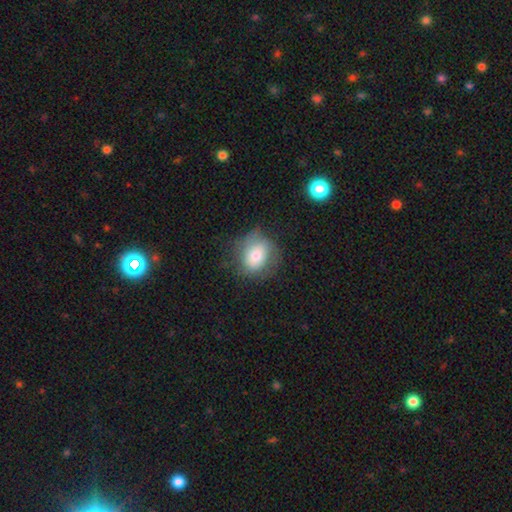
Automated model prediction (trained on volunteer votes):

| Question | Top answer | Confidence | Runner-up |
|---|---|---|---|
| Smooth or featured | smooth | 66% | featured or disk (24%) |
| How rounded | round | 52% | in between (47%) |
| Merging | none | 61% | minor disturbance (25%) |